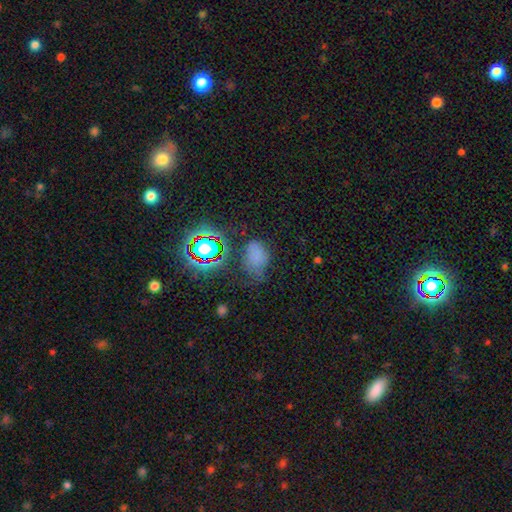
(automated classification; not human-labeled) Smooth or featured?
  - smooth: 60% *
  - star or artifact: 29%
  - featured or disk: 10%
How rounded?
  - in between: 78% *
  - round: 20%
  - cigar-shaped: 2%
Merging?
  - none: 52% *
  - minor disturbance: 28%
  - major disturbance: 15%
  - merger: 5%